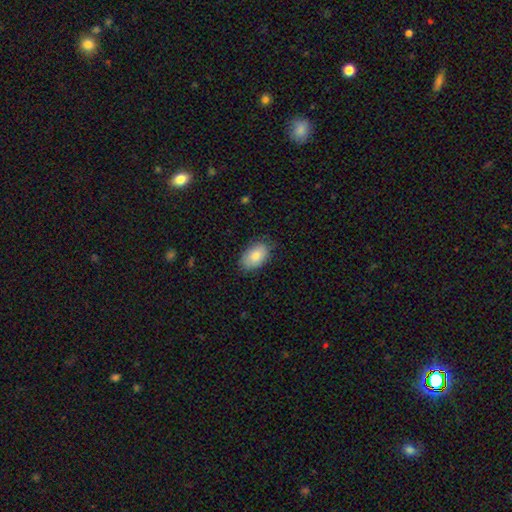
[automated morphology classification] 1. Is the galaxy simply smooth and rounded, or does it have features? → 84% smooth, 10% featured or disk, 6% star or artifact.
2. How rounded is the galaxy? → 92% in between, 6% round, 1% cigar-shaped.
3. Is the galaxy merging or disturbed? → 81% none, 15% minor disturbance, 3% major disturbance, 1% merger.